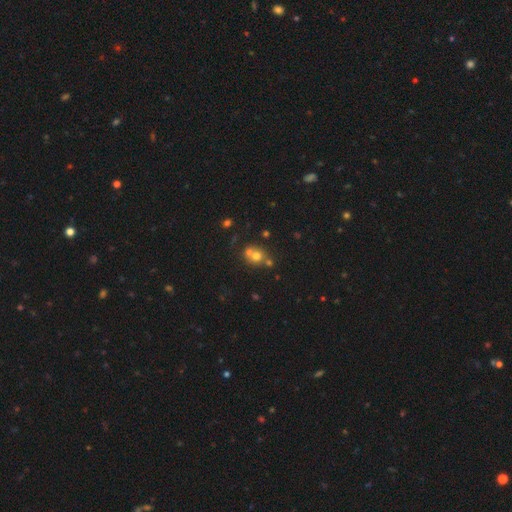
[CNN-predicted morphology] Q: Smooth or featured?
A: smooth (66%); runner-up: featured or disk (19%)
Q: How rounded?
A: round (78%); runner-up: in between (21%)
Q: Merging?
A: merger (48%); runner-up: none (41%)